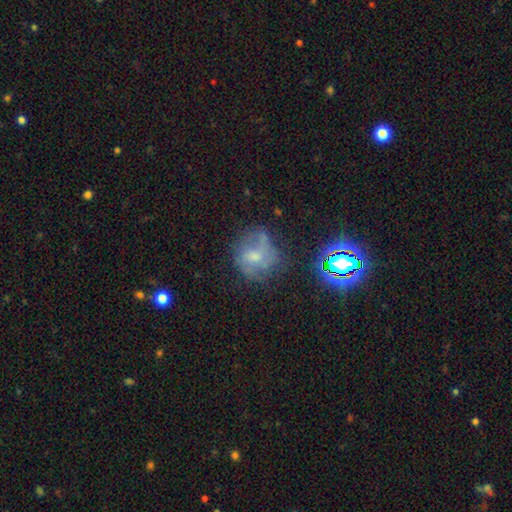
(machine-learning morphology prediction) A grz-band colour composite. It shows a smooth galaxy with no disk features (41%). Merging: none (44%).